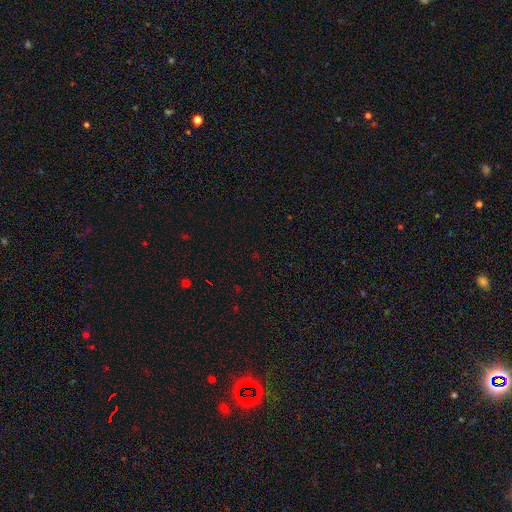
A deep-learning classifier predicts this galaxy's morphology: Smooth or featured?
  - star or artifact: 69% *
  - smooth: 23%
  - featured or disk: 7%